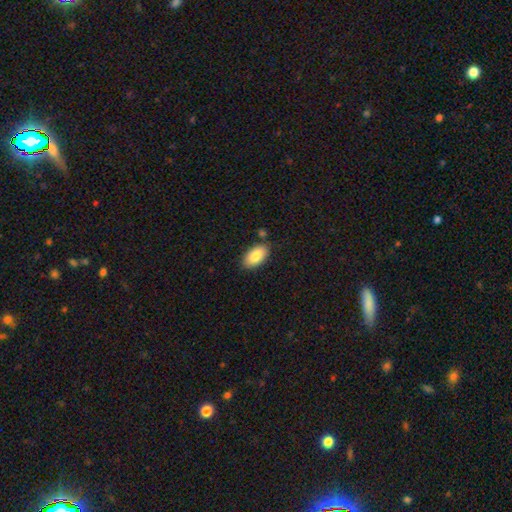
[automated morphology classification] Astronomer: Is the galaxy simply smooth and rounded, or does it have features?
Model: smooth — 85%.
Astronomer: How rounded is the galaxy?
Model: in between — 94%.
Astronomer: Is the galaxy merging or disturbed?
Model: none — 81%.